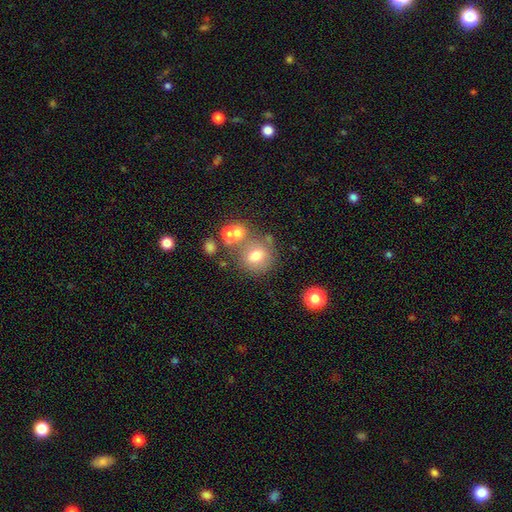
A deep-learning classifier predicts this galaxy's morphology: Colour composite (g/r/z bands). It shows a smooth galaxy with no disk features (69%) that is round (75%). Merging: none (52%).